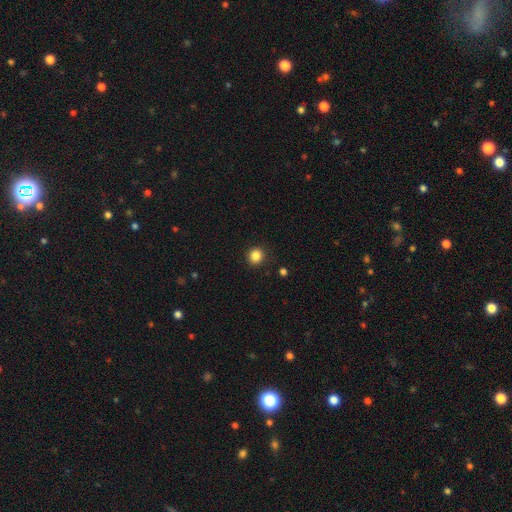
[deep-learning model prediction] smooth 85%, star or artifact 12%, featured or disk 4%. Down the decision tree: how rounded — round (92%); merging — none (91%).